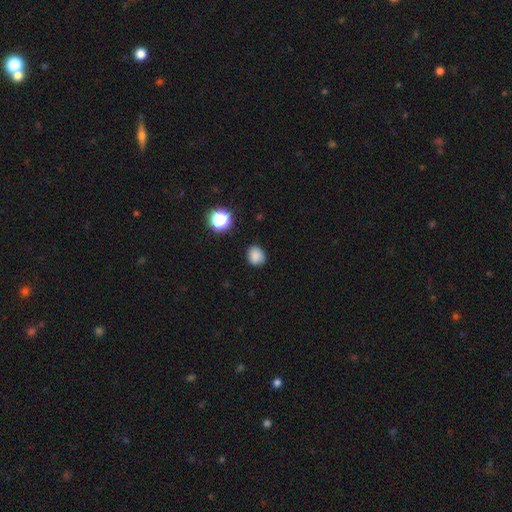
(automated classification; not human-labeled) Smooth or featured: smooth — 83% (star or artifact — 12%)
How rounded: round — 70% (in between — 29%)
Merging: none — 82% (minor disturbance — 14%)